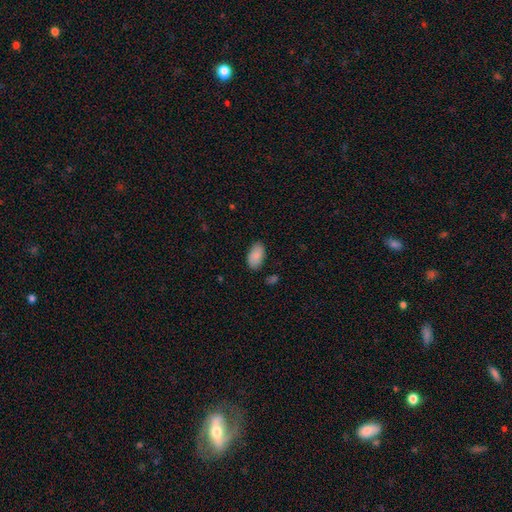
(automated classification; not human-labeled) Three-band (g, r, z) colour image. It shows a smooth galaxy with no disk features (87%) that is in between round and cigar-shaped (95%). Merging: none (83%).